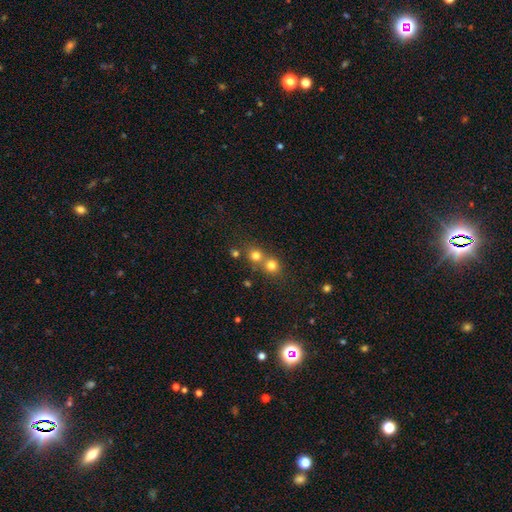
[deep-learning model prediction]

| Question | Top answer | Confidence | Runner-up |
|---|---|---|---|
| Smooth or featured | smooth | 74% | star or artifact (17%) |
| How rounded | round | 87% | in between (12%) |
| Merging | none | 46% | tied: merger (46%) |